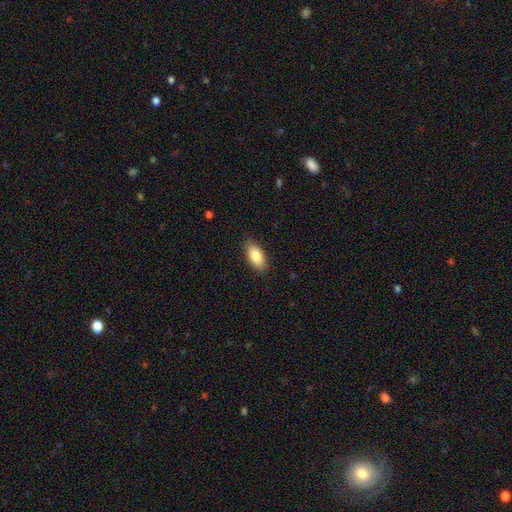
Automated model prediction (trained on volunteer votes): A smooth galaxy with no disk features (84%) that is in between round and cigar-shaped (88%). Merging: none (87%).